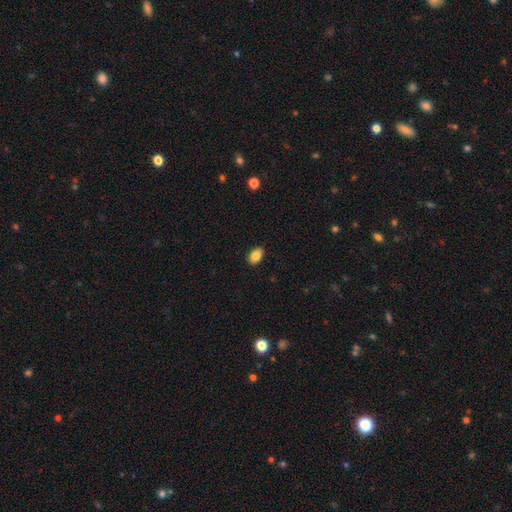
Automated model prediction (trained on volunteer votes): Q: Smooth or featured?
A: smooth (86%); runner-up: star or artifact (8%)
Q: How rounded?
A: in between (86%); runner-up: round (12%)
Q: Merging?
A: none (89%); runner-up: minor disturbance (8%)